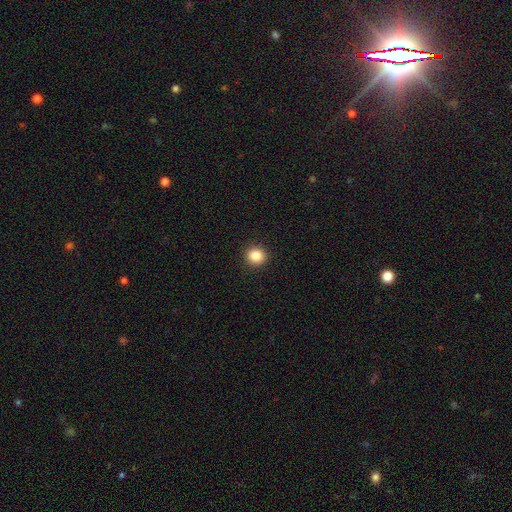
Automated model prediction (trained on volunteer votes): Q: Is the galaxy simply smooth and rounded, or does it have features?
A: smooth — 86%.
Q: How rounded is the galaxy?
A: round — 86%.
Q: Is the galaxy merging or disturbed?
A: none — 92%.